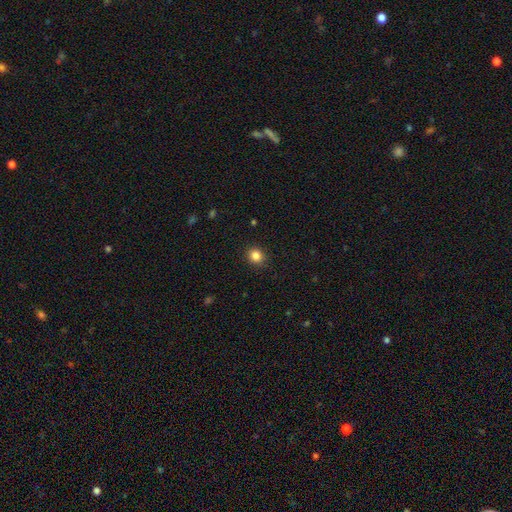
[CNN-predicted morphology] Smooth or featured: smooth — 85% (star or artifact — 11%)
How rounded: round — 83% (in between — 16%)
Merging: none — 90% (minor disturbance — 7%)